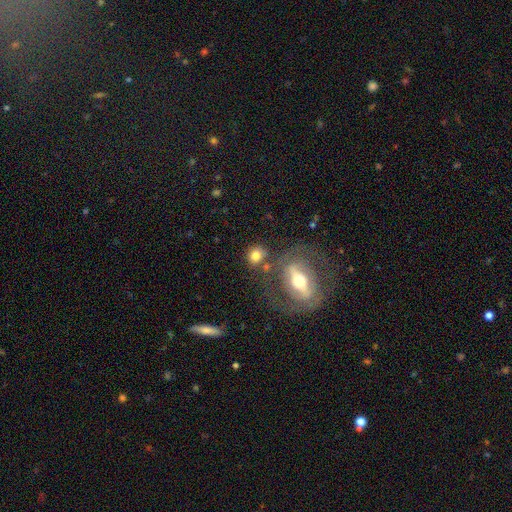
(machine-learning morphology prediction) The model was most divided on "smooth or featured": smooth: 64%, featured or disk: 27%, star or artifact: 9%. More confident: how rounded — round (73%); merging — none (67%).